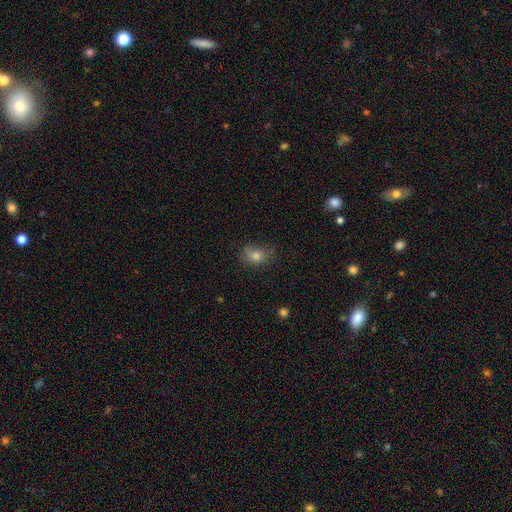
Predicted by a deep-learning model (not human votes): The model was most divided on "how rounded": in between: 63%, round: 36%, cigar-shaped: 2%. More confident: smooth or featured — smooth (74%); merging — none (61%).